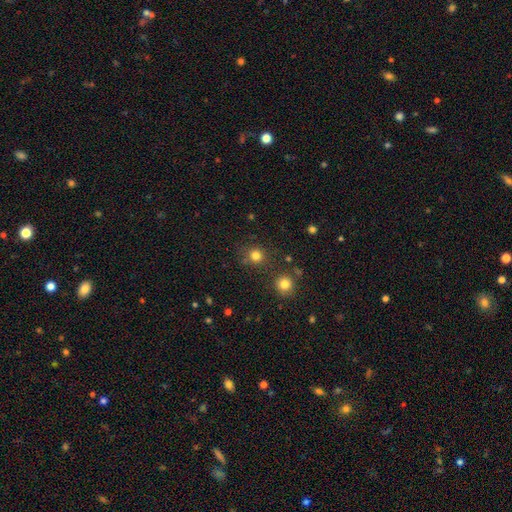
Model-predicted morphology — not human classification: This is likely a smooth galaxy (79%). How rounded: clearly round (91%). Merging: clearly none (81%).